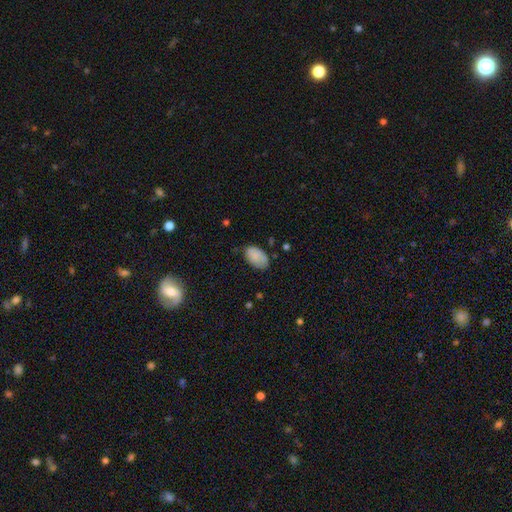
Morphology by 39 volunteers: A smooth galaxy with no disk features (90%) that is in between round and cigar-shaped (94%). Merging: none (69%).